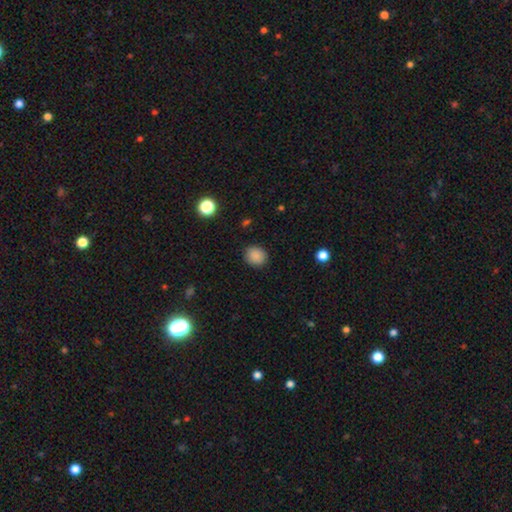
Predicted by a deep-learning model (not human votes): This appears to be a smooth galaxy with no disk features (87%) that is round (74%). Merging: none (88%).